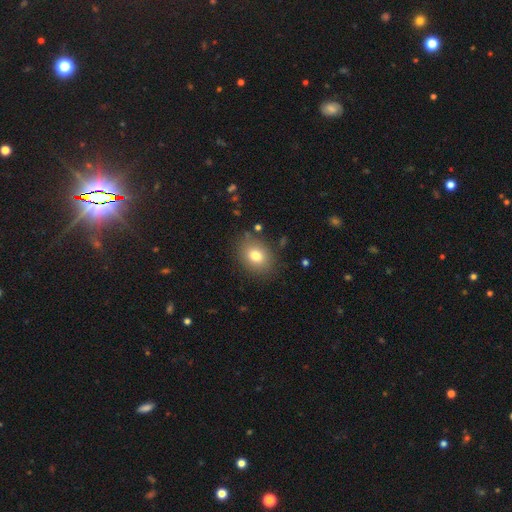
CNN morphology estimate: Smooth or featured? Predicted: smooth (p=0.79). How rounded? Predicted: in between (p=0.60). Merging? Predicted: none (p=0.84).